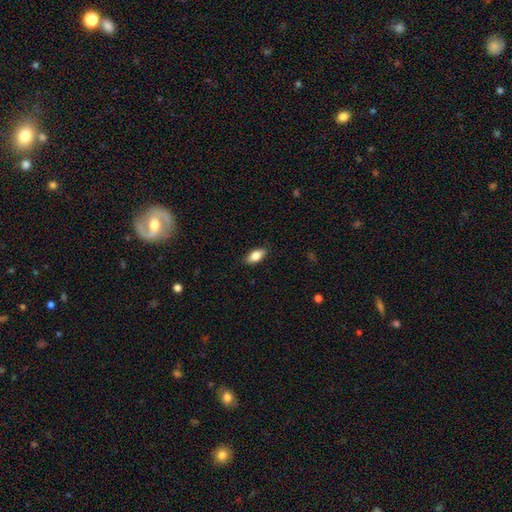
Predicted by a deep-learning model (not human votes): A smooth galaxy with no disk features (81%) that is in between round and cigar-shaped (87%). Merging: none (86%).